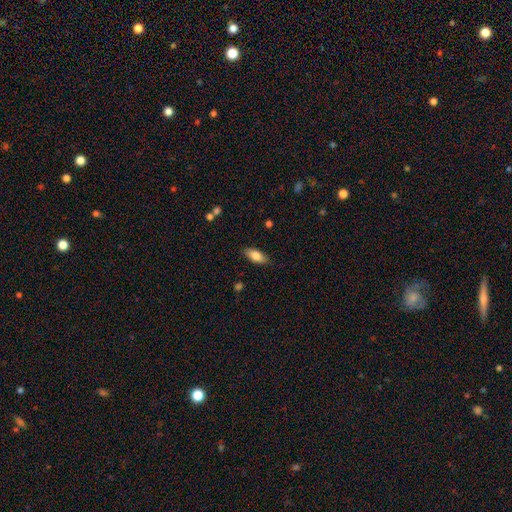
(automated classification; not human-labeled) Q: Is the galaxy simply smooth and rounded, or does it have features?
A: smooth — 81%.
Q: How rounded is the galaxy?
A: in between — 82%.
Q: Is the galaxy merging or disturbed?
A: none — 86%.